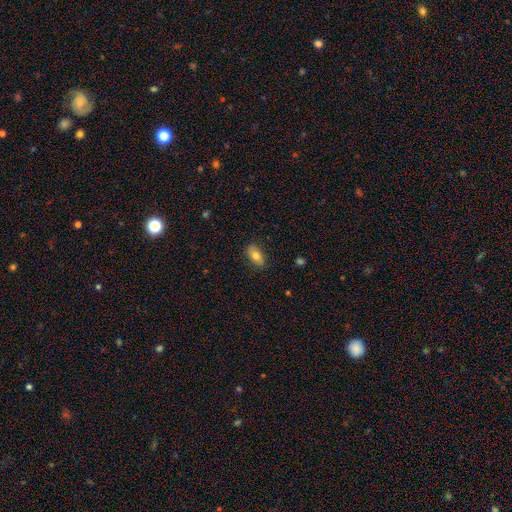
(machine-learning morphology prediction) This appears to be a smooth galaxy with no disk features (75%) that is in between round and cigar-shaped (88%). Merging: none (84%).